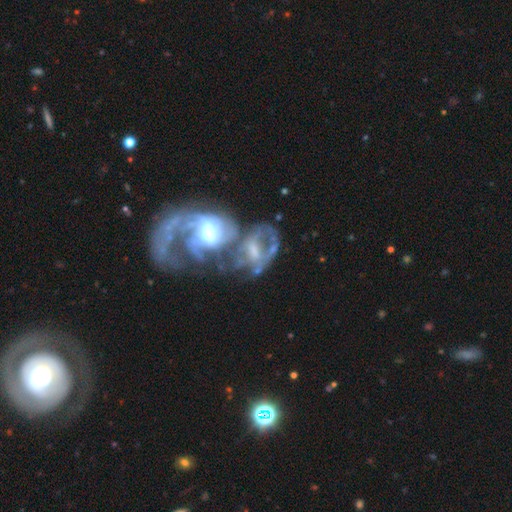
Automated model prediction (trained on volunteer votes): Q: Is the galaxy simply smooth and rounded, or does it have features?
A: featured or disk — 73%.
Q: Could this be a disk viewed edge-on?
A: no — 97%.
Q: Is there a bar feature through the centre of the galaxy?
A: no — 48%.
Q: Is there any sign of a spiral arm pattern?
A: yes — 55%.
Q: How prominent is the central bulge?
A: moderate — 45%.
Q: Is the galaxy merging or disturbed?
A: merger — 62%.